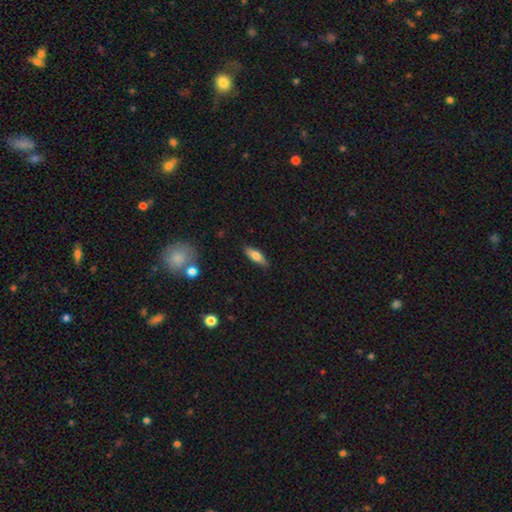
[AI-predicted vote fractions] smooth-or-featured: smooth: 66% | featured or disk: 27% | star or artifact: 7%
  how-rounded: in between: 57% | cigar-shaped: 40% | round: 3%
  merging: none: 83% | minor disturbance: 13% | major disturbance: 3% | merger: 2%